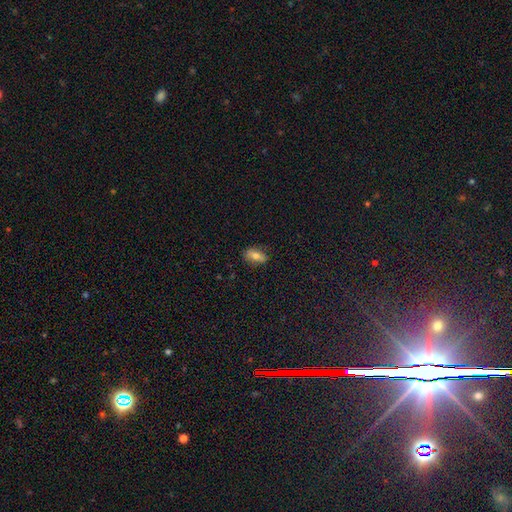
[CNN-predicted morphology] smooth 71%, featured or disk 20%, star or artifact 9%. Down the decision tree: how rounded — in between (84%); merging — none (81%).